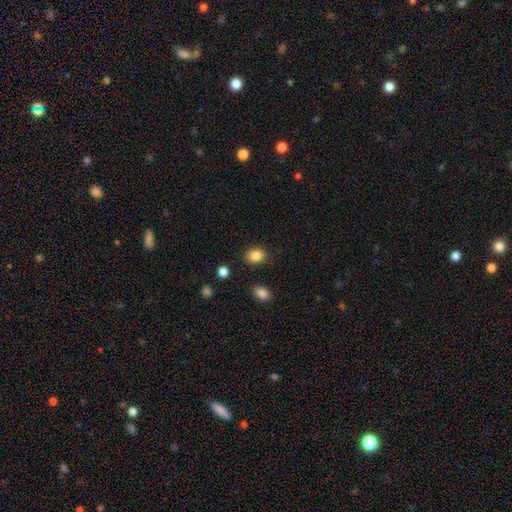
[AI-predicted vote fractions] A smooth galaxy with no disk features (85%) that is round (50%).

Vote fractions:
- Smooth or featured? smooth: 85% / star or artifact: 9% / featured or disk: 5%
- How rounded? round: 50% / in between: 49% / cigar-shaped: 1%
- Merging? none: 85% / minor disturbance: 10% / major disturbance: 3% / merger: 2%